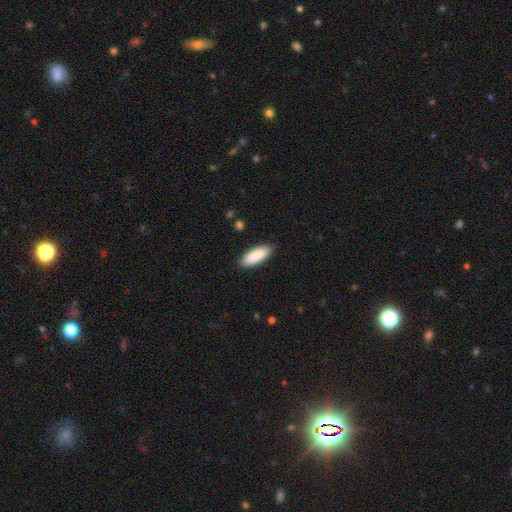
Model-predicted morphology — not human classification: Smooth or featured? Predicted: smooth (p=0.90). How rounded? Predicted: in between (p=0.74). Merging? Predicted: none (p=0.89).